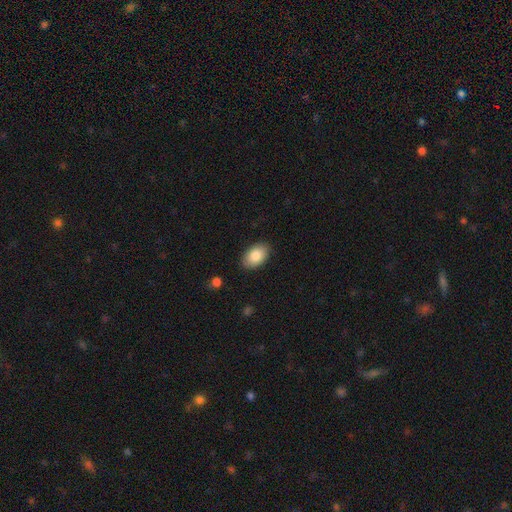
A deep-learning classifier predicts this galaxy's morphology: smooth_or_featured: smooth (p=0.85) [alt: featured or disk p=0.08]
how_rounded: in between (p=0.93) [alt: round p=0.06]
merging: none (p=0.87) [alt: minor disturbance p=0.09]